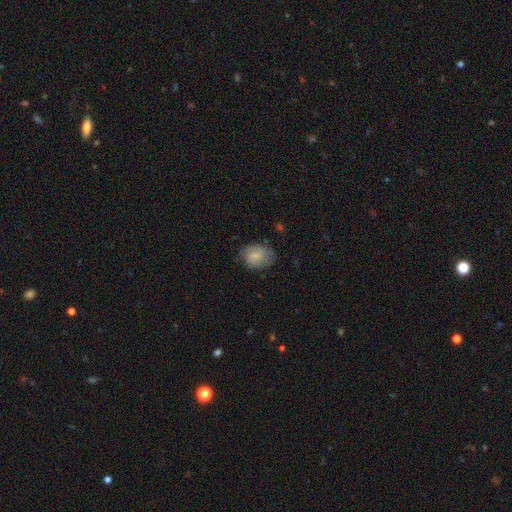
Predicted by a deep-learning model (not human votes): smooth-or-featured: smooth: 71% | featured or disk: 22% | star or artifact: 7%
  how-rounded: in between: 64% | round: 35% | cigar-shaped: 1%
  merging: none: 66% | minor disturbance: 25% | major disturbance: 8% | merger: 1%